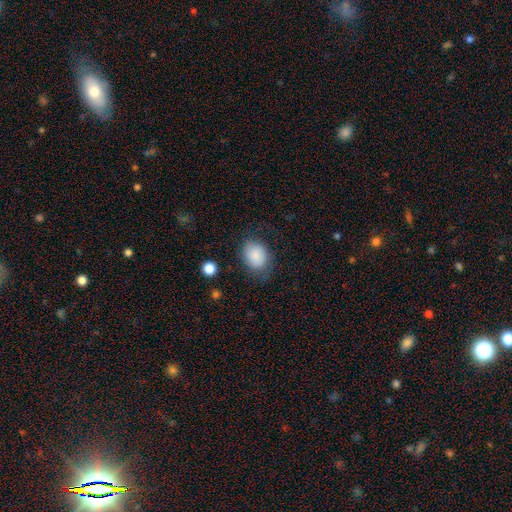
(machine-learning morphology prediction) The model was most divided on "how rounded": in between: 60%, round: 40%, cigar-shaped: 1%. More confident: smooth or featured — smooth (86%); merging — none (70%).